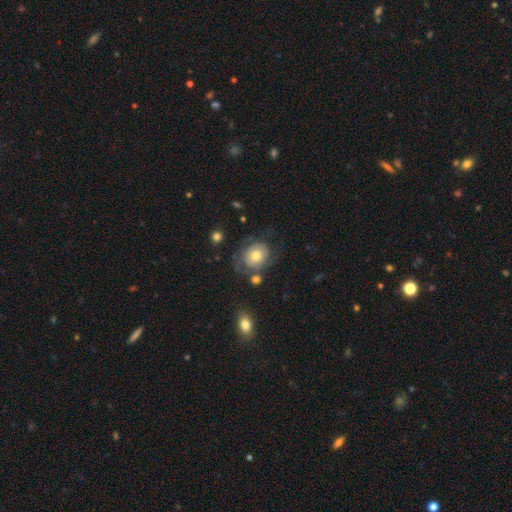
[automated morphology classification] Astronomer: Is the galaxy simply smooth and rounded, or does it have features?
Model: smooth — 55% (runner-up: featured or disk, 37%).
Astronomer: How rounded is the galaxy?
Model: round — 69%.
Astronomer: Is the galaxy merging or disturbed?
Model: none — 55%.